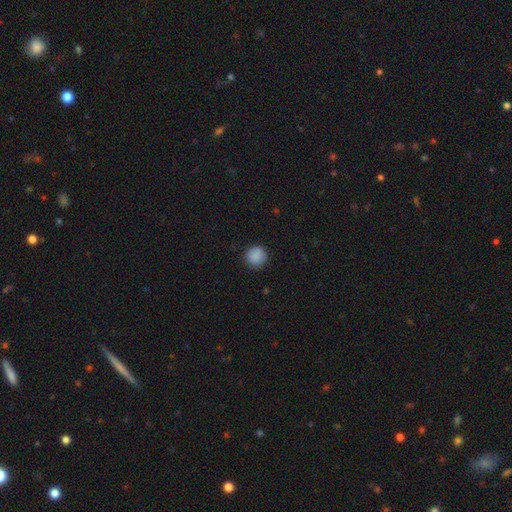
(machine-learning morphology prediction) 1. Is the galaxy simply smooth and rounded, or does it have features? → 88% smooth, 9% star or artifact, 3% featured or disk.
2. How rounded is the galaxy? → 92% round, 7% in between, 1% cigar-shaped.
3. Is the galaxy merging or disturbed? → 88% none, 9% minor disturbance, 2% major disturbance, 1% merger.